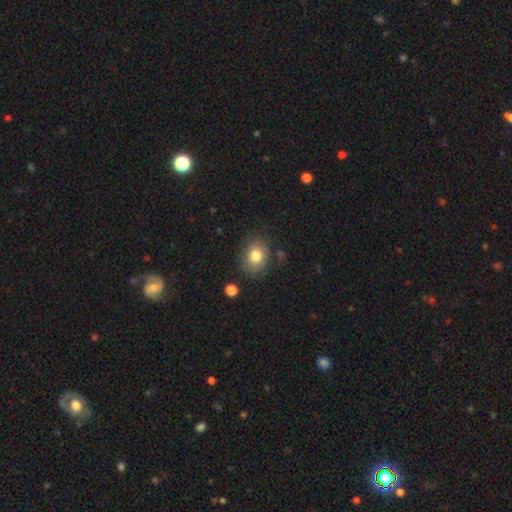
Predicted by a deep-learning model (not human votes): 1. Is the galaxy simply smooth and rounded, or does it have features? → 79% smooth, 11% featured or disk, 10% star or artifact.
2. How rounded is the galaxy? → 52% in between, 47% round, 1% cigar-shaped.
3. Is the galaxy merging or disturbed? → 79% none, 14% minor disturbance, 4% major disturbance, 3% merger.